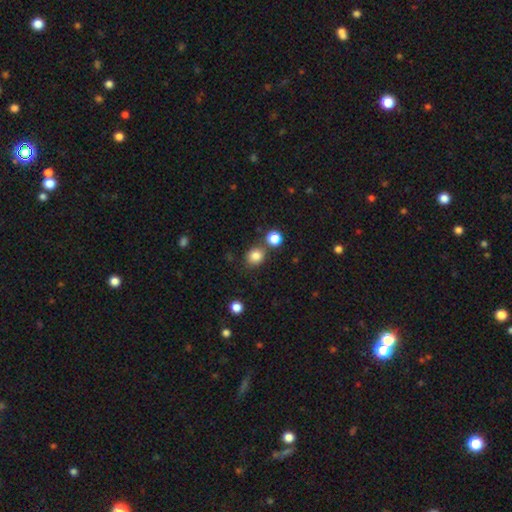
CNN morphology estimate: A smooth galaxy with no disk features (83%) that is round (75%).

Vote fractions:
- Smooth or featured? smooth: 83% / star or artifact: 12% / featured or disk: 5%
- How rounded? round: 75% / in between: 24% / cigar-shaped: 1%
- Merging? none: 74% / merger: 13% / minor disturbance: 10% / major disturbance: 3%